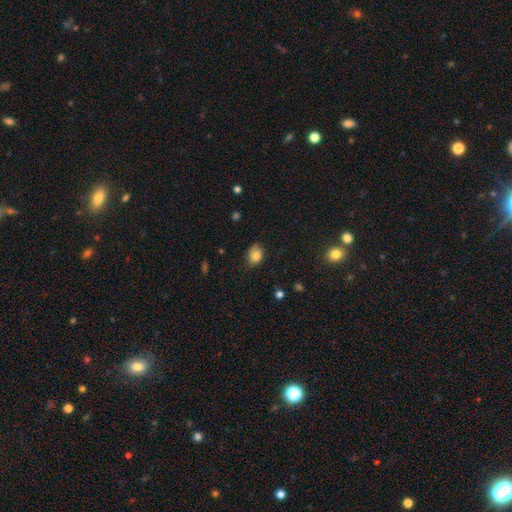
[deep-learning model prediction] smooth-or-featured: smooth: 79% | featured or disk: 11% | star or artifact: 10%
  how-rounded: in between: 69% | round: 30% | cigar-shaped: 1%
  merging: none: 70% | minor disturbance: 24% | major disturbance: 4% | merger: 1%